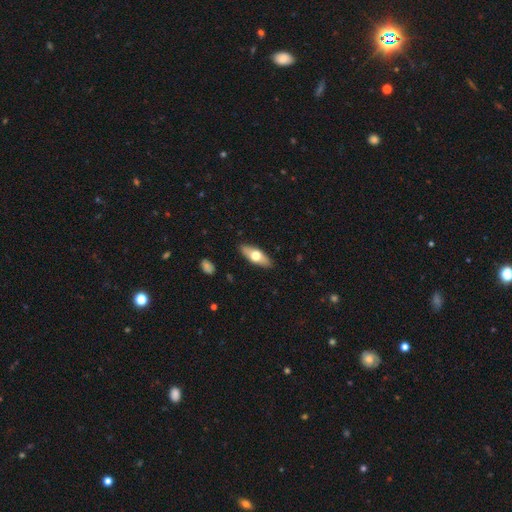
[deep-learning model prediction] A smooth galaxy with no disk features (57%) that is in between round and cigar-shaped (70%).

Vote fractions:
- Smooth or featured? smooth: 57% / featured or disk: 37% / star or artifact: 6%
- How rounded? in between: 70% / cigar-shaped: 27% / round: 3%
- Merging? none: 88% / minor disturbance: 9% / major disturbance: 2% / merger: 1%